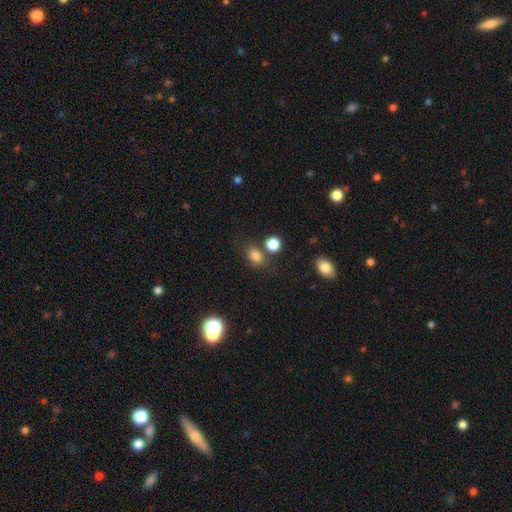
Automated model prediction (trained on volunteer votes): smooth 81%, star or artifact 13%, featured or disk 7%. Down the decision tree: how rounded — in between (55%); merging — none (66%).